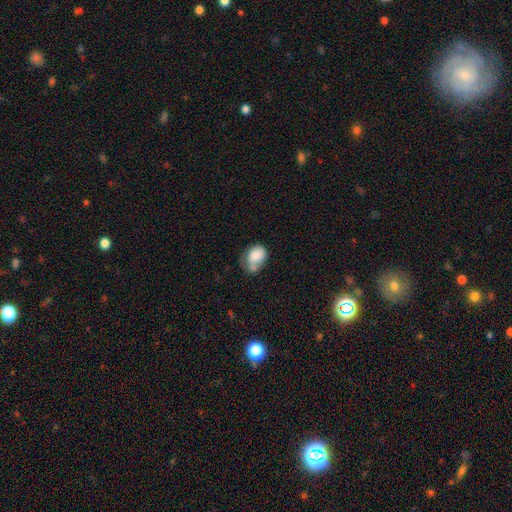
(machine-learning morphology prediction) smooth-or-featured: smooth: 76% | featured or disk: 16% | star or artifact: 8%
  how-rounded: in between: 62% | round: 37% | cigar-shaped: 1%
  merging: merger: 34% | none: 27% | minor disturbance: 26% | major disturbance: 13%